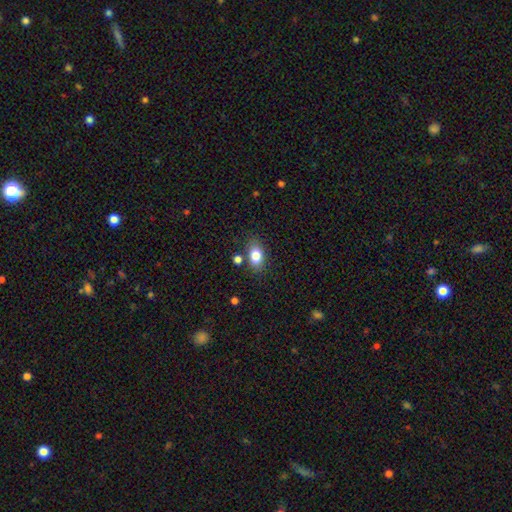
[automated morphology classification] smooth-or-featured: smooth: 81% | featured or disk: 9% | star or artifact: 9%
  how-rounded: in between: 82% | round: 16% | cigar-shaped: 2%
  merging: none: 76% | minor disturbance: 13% | merger: 8% | major disturbance: 4%